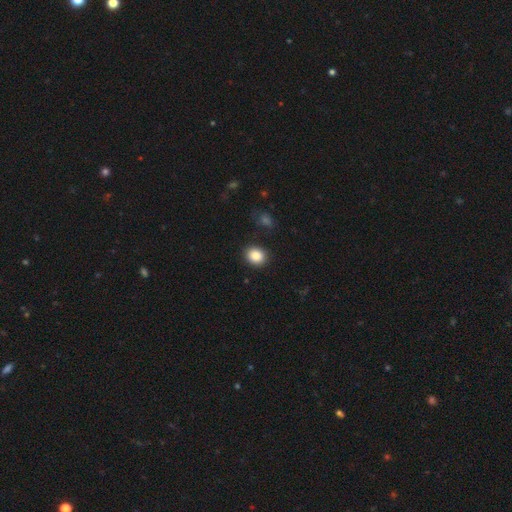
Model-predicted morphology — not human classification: smooth 87%, star or artifact 9%, featured or disk 4%. Down the decision tree: how rounded — round (67%); merging — none (89%).